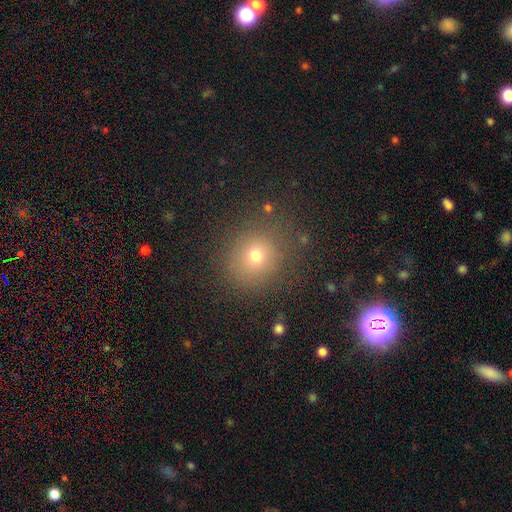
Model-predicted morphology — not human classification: smooth 71%, star or artifact 18%, featured or disk 11%. Down the decision tree: how rounded — round (84%); merging — none (82%).